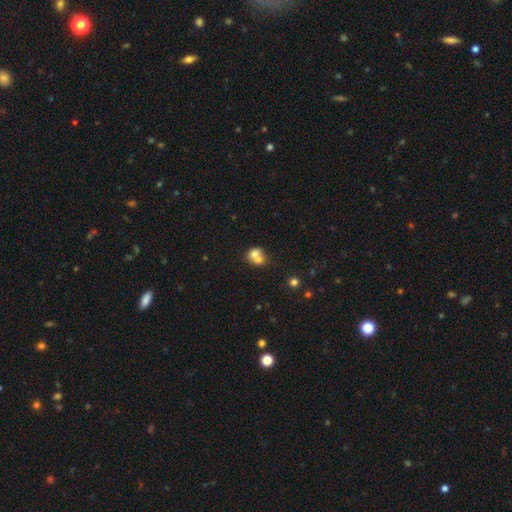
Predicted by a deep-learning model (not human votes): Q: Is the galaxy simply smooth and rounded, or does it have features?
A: smooth — 68%.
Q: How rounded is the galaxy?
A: round — 60%.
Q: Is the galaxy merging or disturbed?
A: merger — 67%.